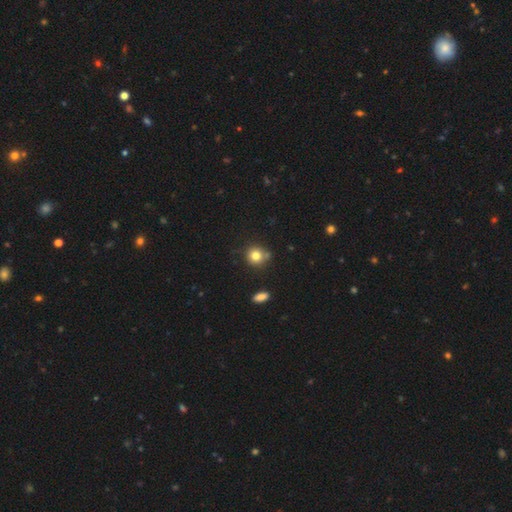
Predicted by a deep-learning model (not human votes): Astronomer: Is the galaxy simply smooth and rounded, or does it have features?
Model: smooth — 81%.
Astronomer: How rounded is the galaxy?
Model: round — 88%.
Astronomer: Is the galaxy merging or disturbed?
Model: none — 74%.